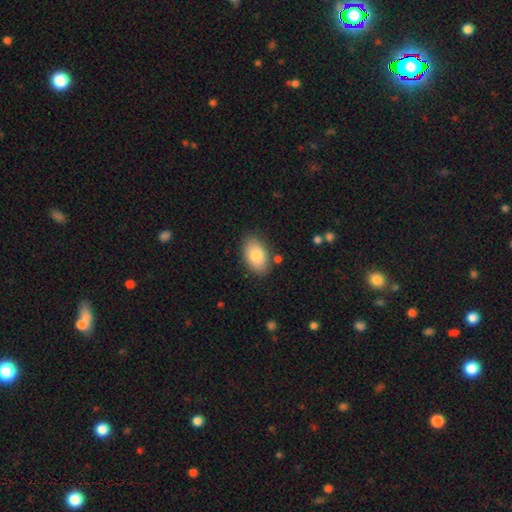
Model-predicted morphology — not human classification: Smooth or featured? Predicted: smooth (p=0.82). How rounded? Predicted: in between (p=0.92). Merging? Predicted: none (p=0.83).